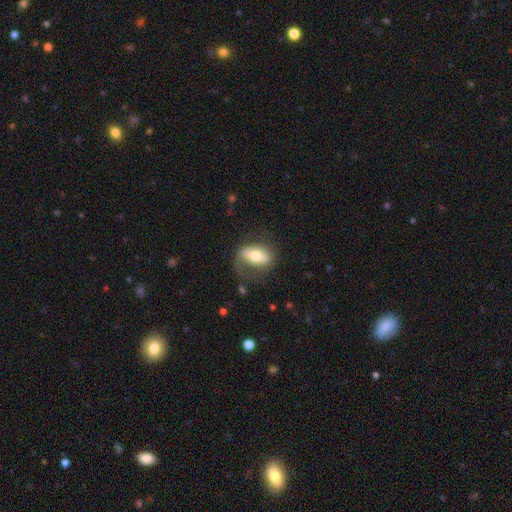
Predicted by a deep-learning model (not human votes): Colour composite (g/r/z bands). It shows a smooth galaxy with no disk features (47%). Merging: none (52%).